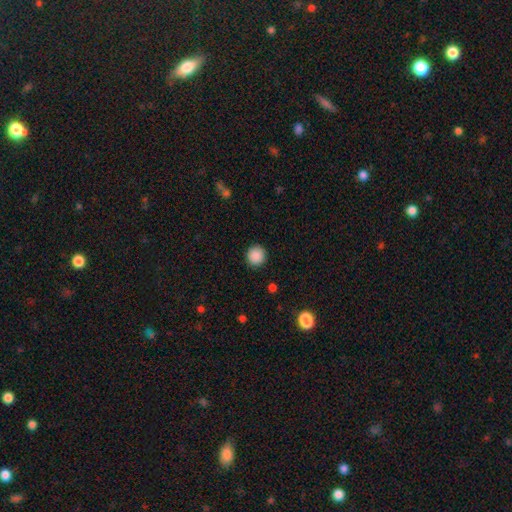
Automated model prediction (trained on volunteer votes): A smooth galaxy with no disk features (89%) that is round (95%).

Vote fractions:
- Smooth or featured? smooth: 89% / star or artifact: 9% / featured or disk: 2%
- How rounded? round: 95% / in between: 4% / cigar-shaped: 1%
- Merging? none: 92% / minor disturbance: 5% / major disturbance: 2% / merger: 1%